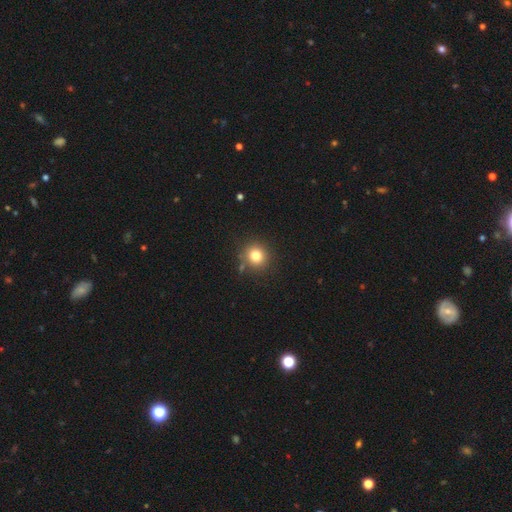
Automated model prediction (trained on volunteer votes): smooth_or_featured: smooth (p=0.79) [alt: star or artifact p=0.13]
how_rounded: round (p=0.91) [alt: in between p=0.08]
merging: none (p=0.82) [alt: minor disturbance p=0.10]